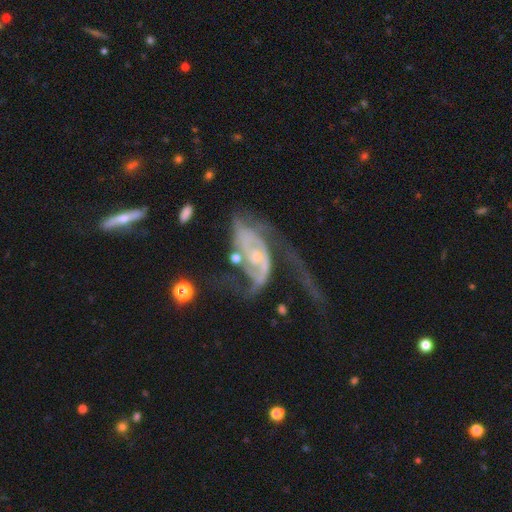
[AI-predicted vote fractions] A featured or disk galaxy (86%) with no bar (54%), 2 (59%) medium (41%) spiral arms (92%) and a small central bulge (63%). Merging: major disturbance (51%).